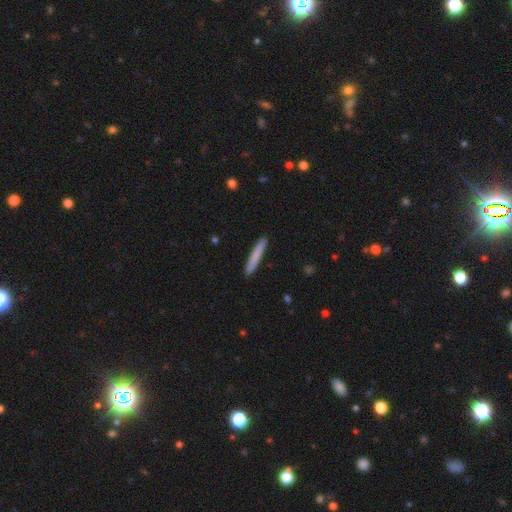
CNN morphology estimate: This is likely a smooth galaxy (79%). How rounded: clearly cigar-shaped (96%). Merging: clearly none (91%).